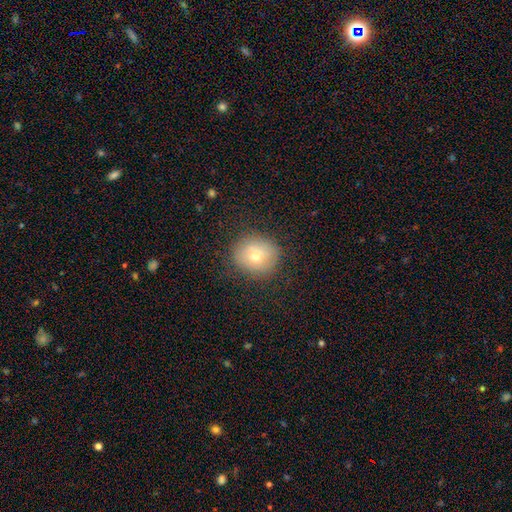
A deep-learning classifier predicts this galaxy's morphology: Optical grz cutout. It shows a smooth galaxy with no disk features (71%) that is round (84%). Merging: none (83%).